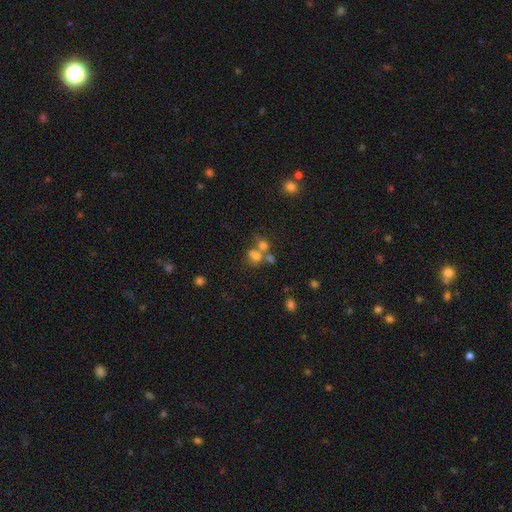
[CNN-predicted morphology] Smooth or featured? smooth (66%)
How rounded? round (63%)
Merging? merger (50%)